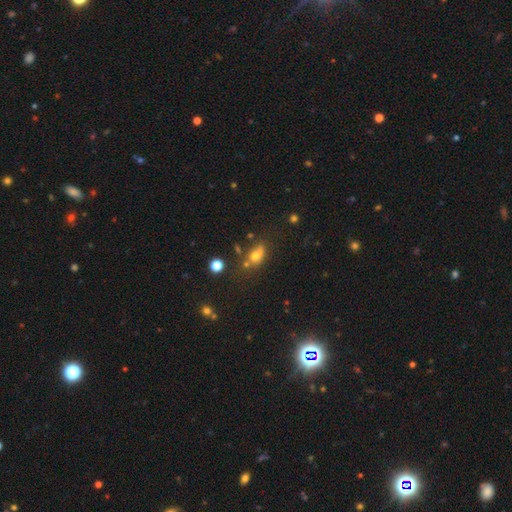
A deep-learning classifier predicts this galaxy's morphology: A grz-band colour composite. It shows a smooth galaxy with no disk features (64%) that is in between round and cigar-shaped (62%). Merging: none (45%).